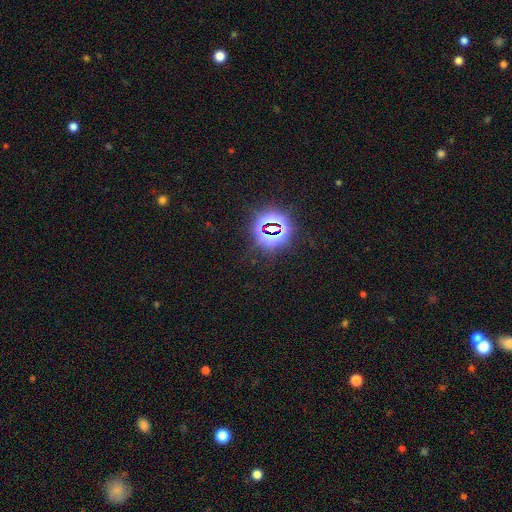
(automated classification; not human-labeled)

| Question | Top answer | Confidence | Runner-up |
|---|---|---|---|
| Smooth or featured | star or artifact | 82% | smooth (11%) |